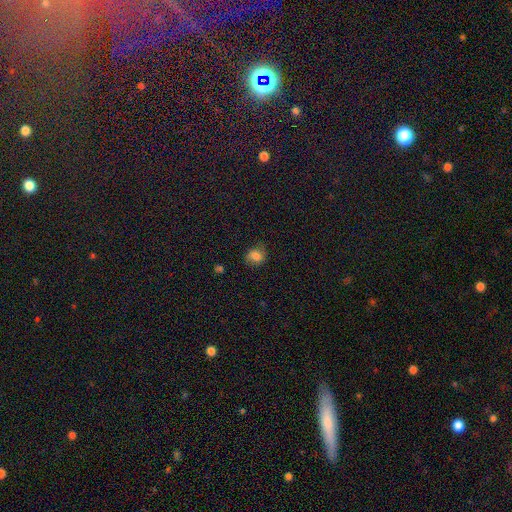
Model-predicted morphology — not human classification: smooth-or-featured: smooth: 78% | star or artifact: 12% | featured or disk: 10%
  how-rounded: round: 62% | in between: 37% | cigar-shaped: 1%
  merging: none: 72% | minor disturbance: 21% | major disturbance: 6% | merger: 1%